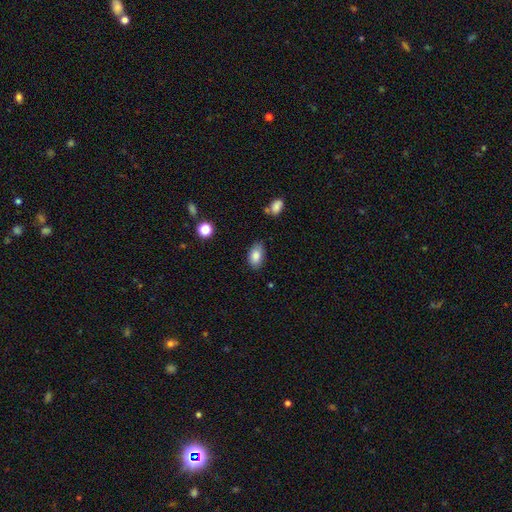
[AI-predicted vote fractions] smooth-or-featured: smooth: 84% | featured or disk: 8% | star or artifact: 8%
  how-rounded: in between: 91% | round: 7% | cigar-shaped: 2%
  merging: none: 79% | minor disturbance: 16% | major disturbance: 3% | merger: 2%